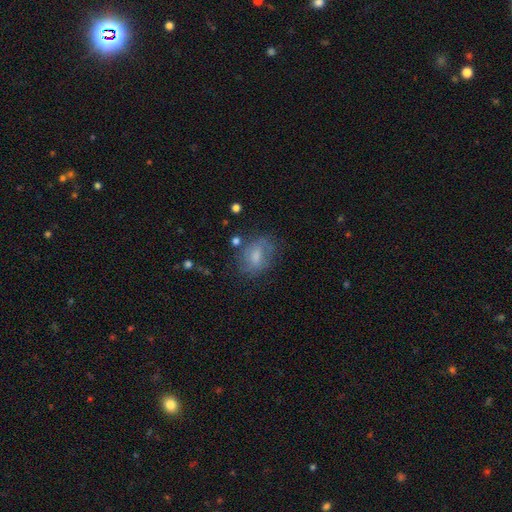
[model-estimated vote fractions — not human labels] Q: Smooth or featured?
A: smooth (52%); runner-up: featured or disk (38%)
Q: How rounded?
A: in between (68%); runner-up: round (30%)
Q: Merging?
A: none (60%); runner-up: minor disturbance (23%)